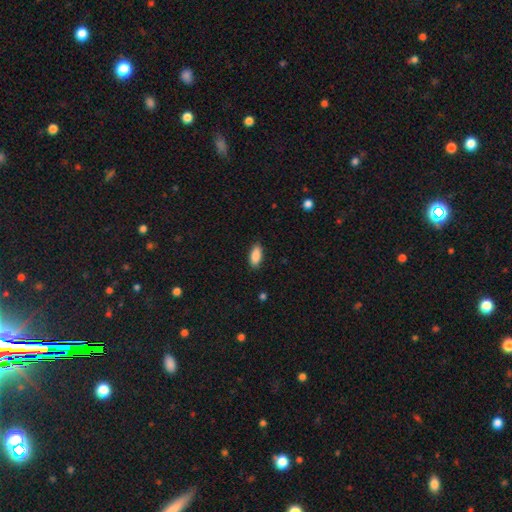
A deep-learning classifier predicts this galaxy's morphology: Smooth or featured: smooth — 89% (star or artifact — 7%)
How rounded: in between — 86% (cigar-shaped — 12%)
Merging: none — 88% (minor disturbance — 9%)